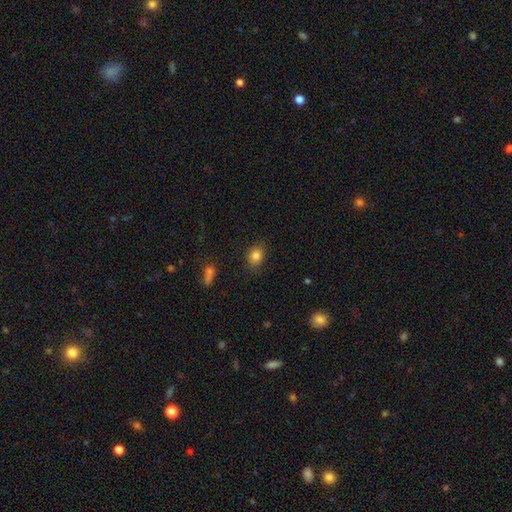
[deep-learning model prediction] A smooth galaxy with no disk features (83%) that is in between round and cigar-shaped (58%). Merging: none (78%).